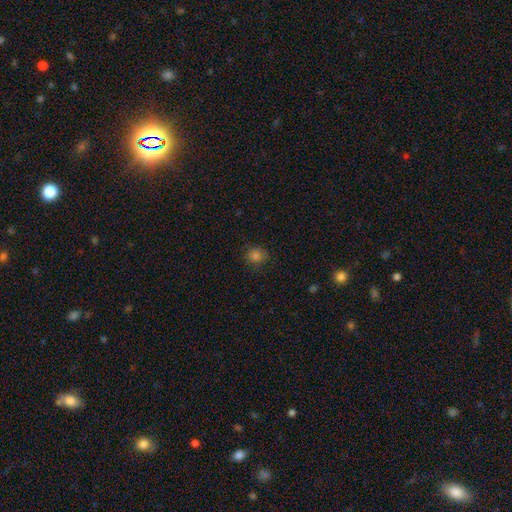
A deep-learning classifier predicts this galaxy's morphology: Smooth or featured? Predicted: smooth (p=0.78). How rounded? Predicted: round (p=0.82). Merging? Predicted: none (p=0.82).